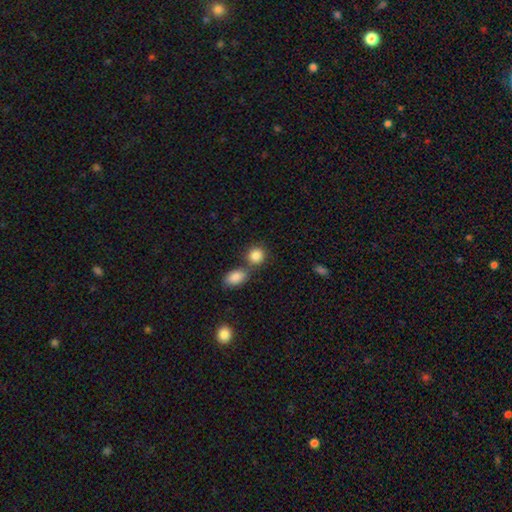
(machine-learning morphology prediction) This appears to be a smooth galaxy with no disk features (86%) that is round (77%). Merging: none (56%).